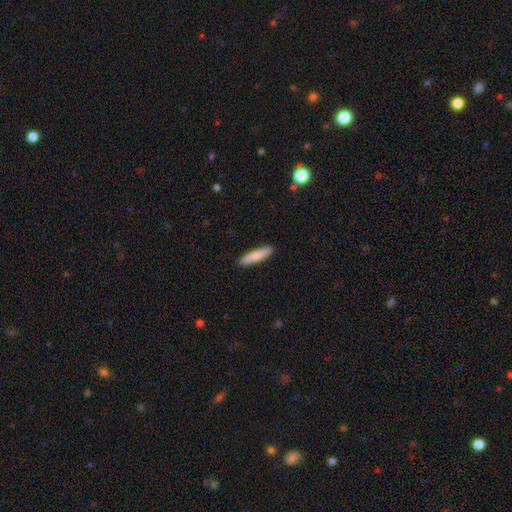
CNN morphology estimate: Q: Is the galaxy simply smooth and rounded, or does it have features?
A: smooth — 81%.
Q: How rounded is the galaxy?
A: cigar-shaped — 83%.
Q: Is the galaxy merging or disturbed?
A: none — 91%.